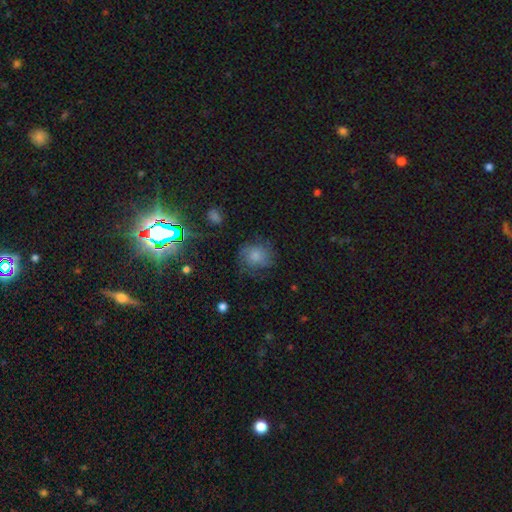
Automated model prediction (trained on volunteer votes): Q: Smooth or featured?
A: smooth (52%); runner-up: featured or disk (36%)
Q: How rounded?
A: round (77%); runner-up: in between (22%)
Q: Merging?
A: none (63%); runner-up: minor disturbance (22%)